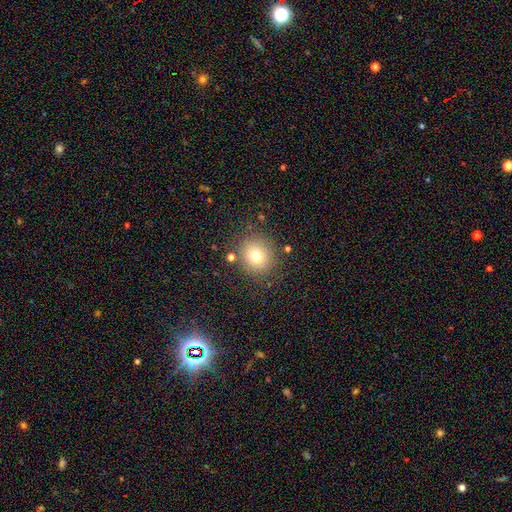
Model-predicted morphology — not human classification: smooth 75%, star or artifact 14%, featured or disk 11%. Down the decision tree: how rounded — round (87%); merging — none (84%).